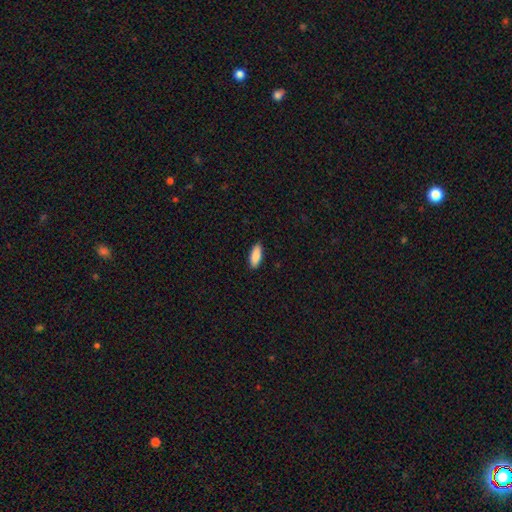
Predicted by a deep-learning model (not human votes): Smooth or featured: smooth — 89% (star or artifact — 6%)
How rounded: in between — 78% (cigar-shaped — 20%)
Merging: none — 89% (minor disturbance — 8%)